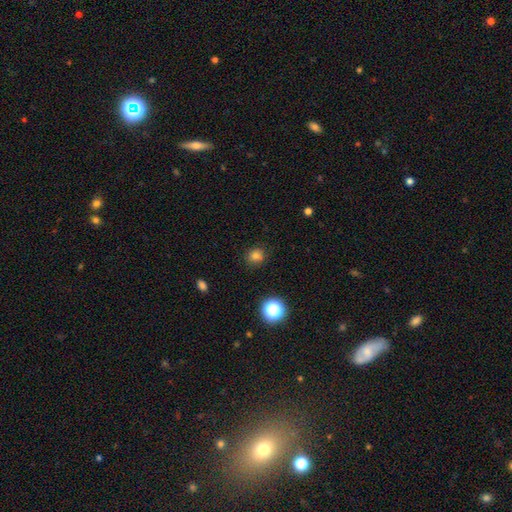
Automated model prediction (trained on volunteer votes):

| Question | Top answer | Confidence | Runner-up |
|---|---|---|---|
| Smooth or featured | smooth | 77% | star or artifact (17%) |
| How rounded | round | 77% | in between (22%) |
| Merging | none | 81% | minor disturbance (12%) |